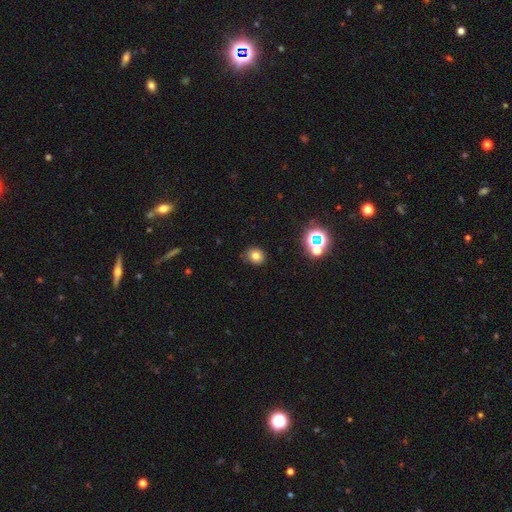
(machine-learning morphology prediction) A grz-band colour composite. It shows a smooth galaxy with no disk features (74%) that is round (68%). Merging: none (76%).